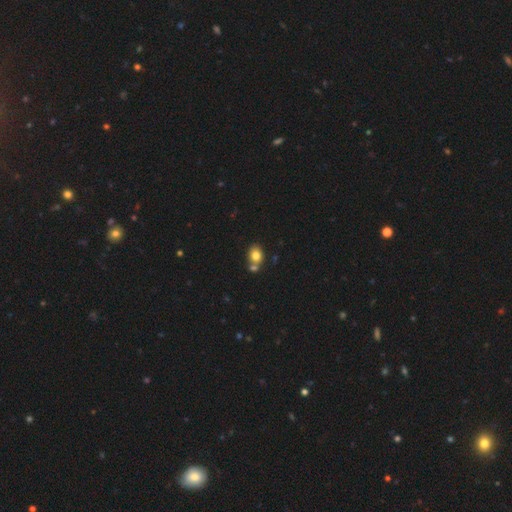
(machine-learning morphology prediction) Q: Smooth or featured?
A: smooth (80%); runner-up: star or artifact (10%)
Q: How rounded?
A: in between (54%); runner-up: round (44%)
Q: Merging?
A: none (56%); runner-up: merger (30%)